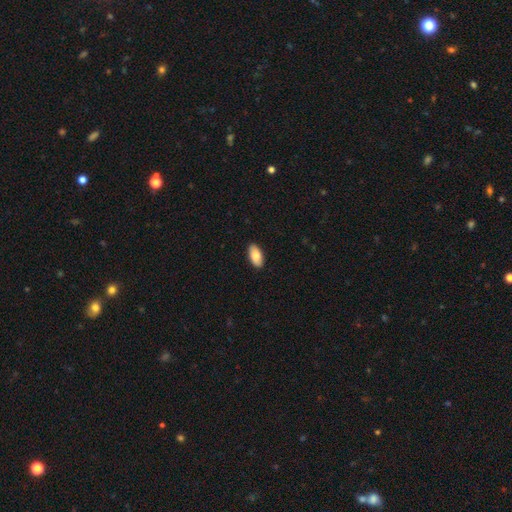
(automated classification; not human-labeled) Overall: smooth (82%). How rounded: in between (93%). Merging: none (90%).